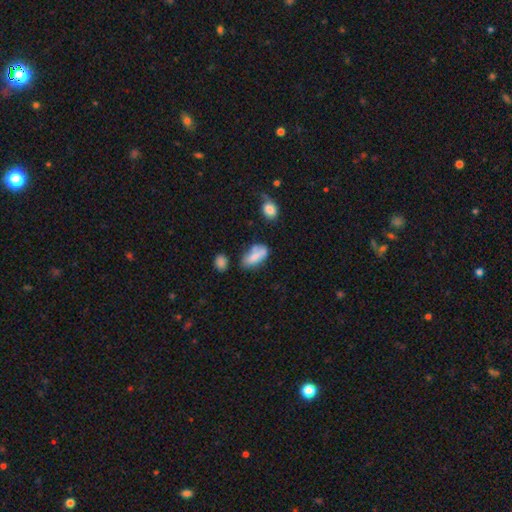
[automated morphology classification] smooth_or_featured: smooth (p=0.71) [alt: featured or disk p=0.21]
how_rounded: in between (p=0.84) [alt: cigar-shaped p=0.13]
merging: none (p=0.49) [alt: minor disturbance p=0.28]